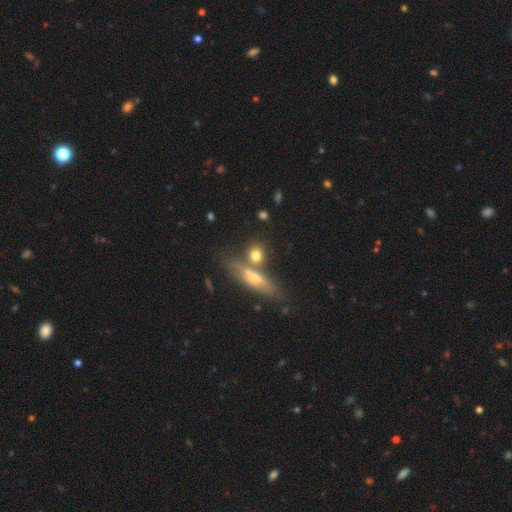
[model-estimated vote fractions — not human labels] Smooth or featured? smooth (70%)
How rounded? round (54%)
Merging? none (53%)